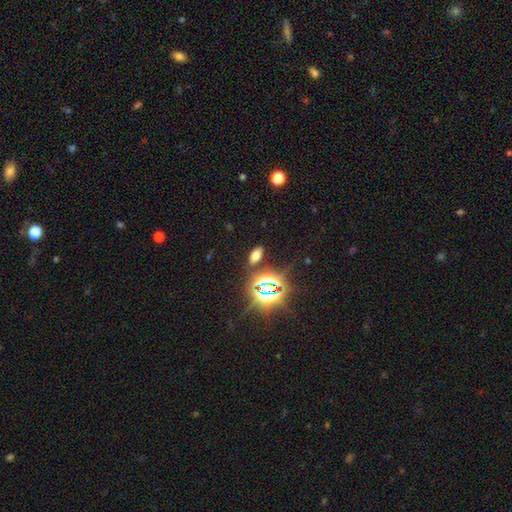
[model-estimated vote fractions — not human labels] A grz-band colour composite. It shows a smooth galaxy with no disk features (58%) that is in between round and cigar-shaped (88%). Merging: none (87%).